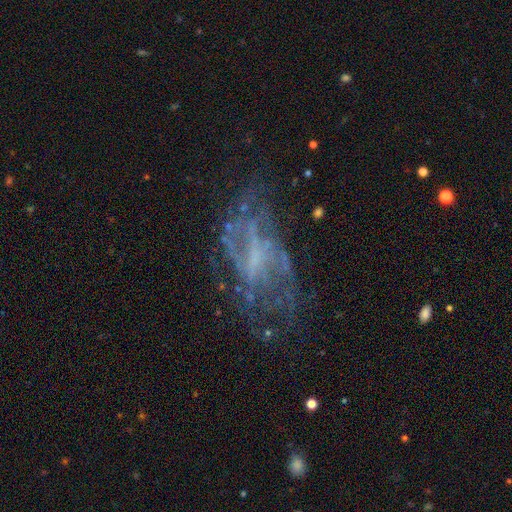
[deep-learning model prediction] smooth_or_featured: featured or disk (p=0.70) [alt: smooth p=0.15]
disk_edge_on: no (p=0.94) [alt: yes p=0.06]
bar: no (p=0.47) [alt: weak p=0.39]
has_spiral_arms: yes (p=0.55) [alt: no p=0.45]
bulge_size: none (p=0.51) [alt: small p=0.30]
merging: none (p=0.50) [alt: major disturbance p=0.27]